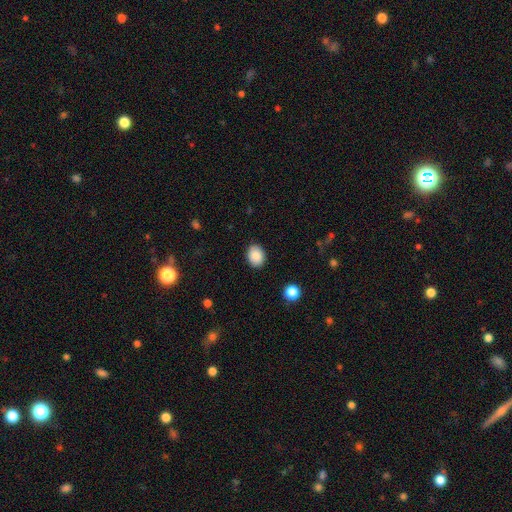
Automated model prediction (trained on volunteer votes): Q: Smooth or featured?
A: smooth (88%); runner-up: star or artifact (8%)
Q: How rounded?
A: in between (60%); runner-up: round (39%)
Q: Merging?
A: none (88%); runner-up: minor disturbance (9%)